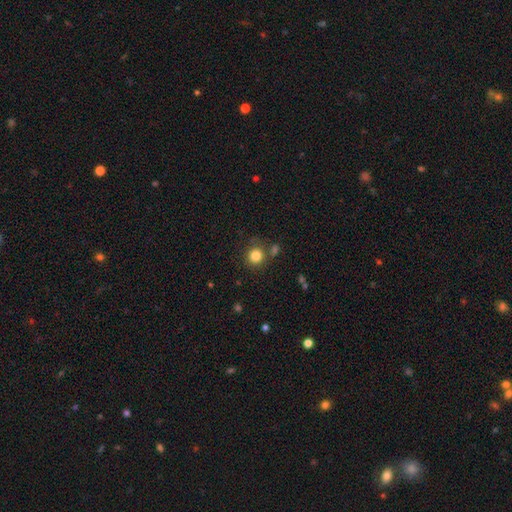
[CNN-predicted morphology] A smooth galaxy with no disk features (83%) that is round (91%). Merging: none (79%).